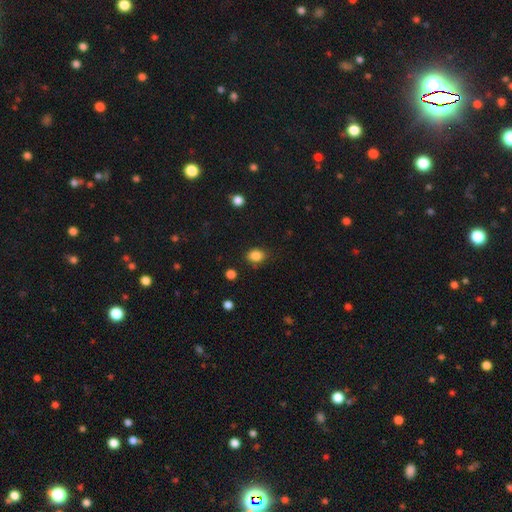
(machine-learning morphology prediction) Q: Smooth or featured?
A: smooth (85%); runner-up: star or artifact (11%)
Q: How rounded?
A: in between (55%); runner-up: round (45%)
Q: Merging?
A: none (80%); runner-up: minor disturbance (14%)